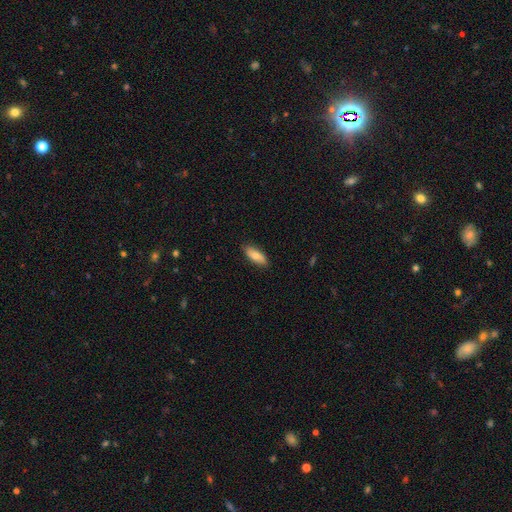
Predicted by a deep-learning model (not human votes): This is likely a smooth galaxy (75%). How rounded: likely in between (77%). Merging: clearly none (85%).